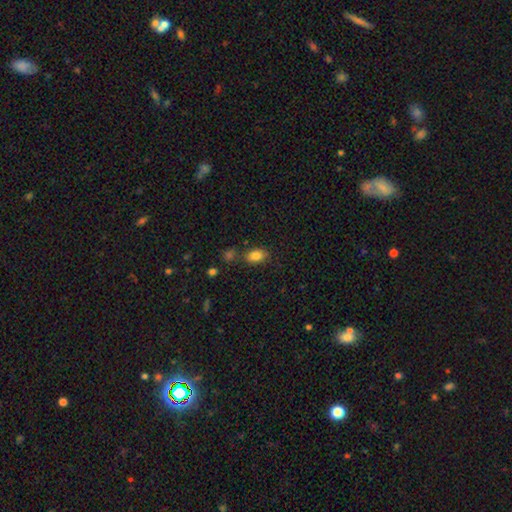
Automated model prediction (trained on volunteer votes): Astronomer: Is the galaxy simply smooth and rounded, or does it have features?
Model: smooth — 85%.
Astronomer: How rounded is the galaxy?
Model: in between — 87%.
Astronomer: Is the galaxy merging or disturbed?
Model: none — 74%.